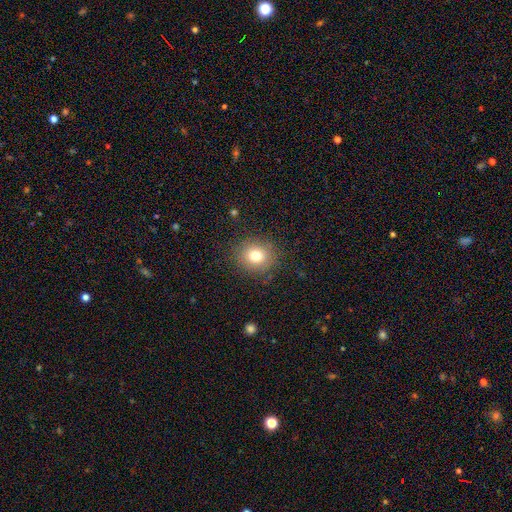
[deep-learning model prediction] Overall: smooth (76%). How rounded: round (81%). Merging: none (85%).